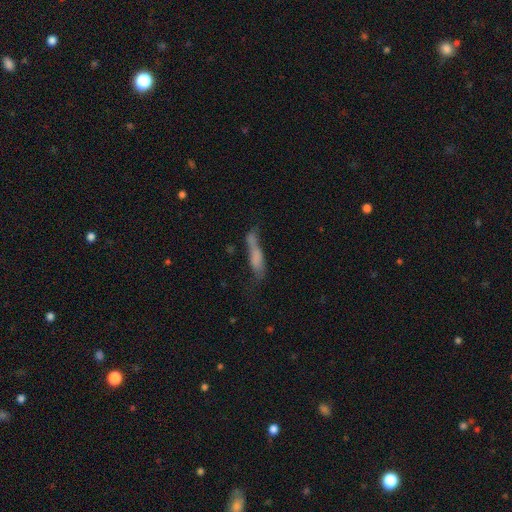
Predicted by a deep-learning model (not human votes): smooth 57%, featured or disk 30%, star or artifact 12%. Down the decision tree: how rounded — cigar-shaped (74%); merging — none (35%).